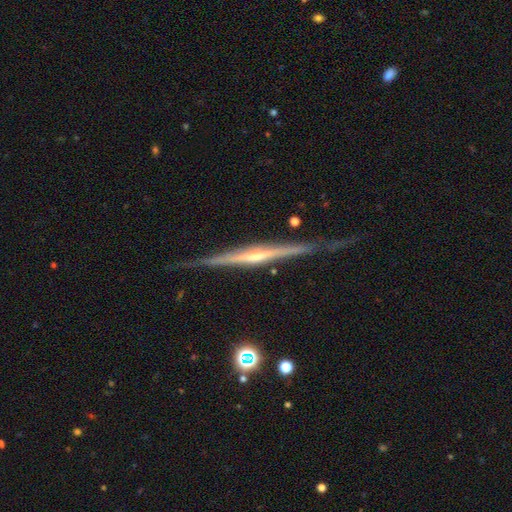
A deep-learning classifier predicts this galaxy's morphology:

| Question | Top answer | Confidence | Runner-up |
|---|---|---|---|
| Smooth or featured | featured or disk | 82% | smooth (13%) |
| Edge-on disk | yes | 98% | no (2%) |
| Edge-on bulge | rounded | 55% | none (30%) |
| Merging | none | 81% | minor disturbance (14%) |